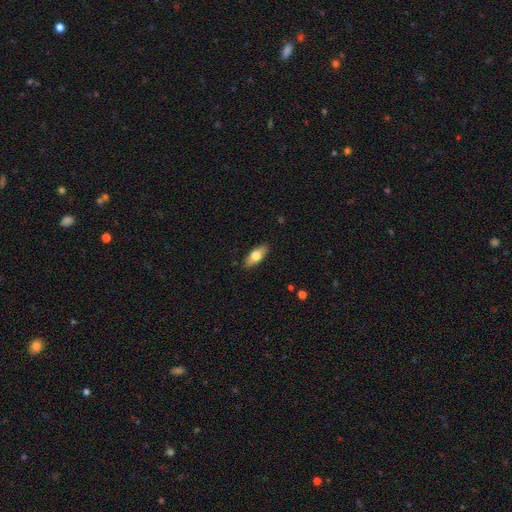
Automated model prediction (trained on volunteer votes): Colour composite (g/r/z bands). It shows a smooth galaxy with no disk features (66%) that is in between round and cigar-shaped (77%). Merging: none (88%).